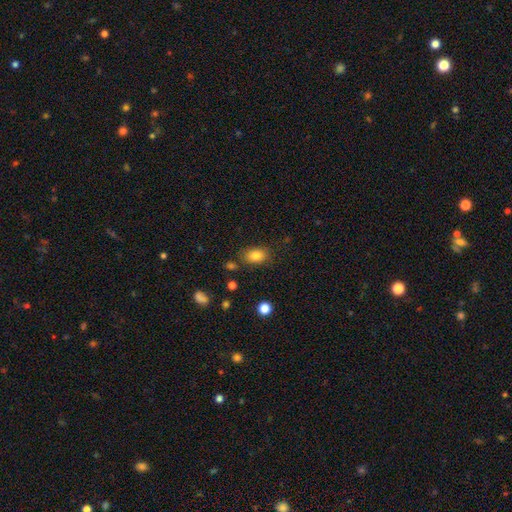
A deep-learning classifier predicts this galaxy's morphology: Smooth or featured?
  - smooth: 83% *
  - star or artifact: 10%
  - featured or disk: 7%
How rounded?
  - in between: 81% *
  - round: 17%
  - cigar-shaped: 2%
Merging?
  - none: 79% *
  - minor disturbance: 13%
  - major disturbance: 4%
  - merger: 4%